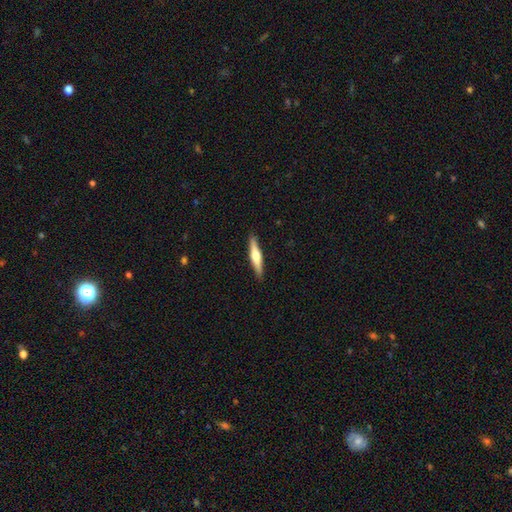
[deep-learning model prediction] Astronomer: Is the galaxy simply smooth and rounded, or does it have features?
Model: featured or disk — 56% (runner-up: smooth, 39%).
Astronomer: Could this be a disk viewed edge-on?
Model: yes — 97%.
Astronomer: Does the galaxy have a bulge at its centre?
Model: rounded — 89%.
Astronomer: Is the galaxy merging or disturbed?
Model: none — 91%.